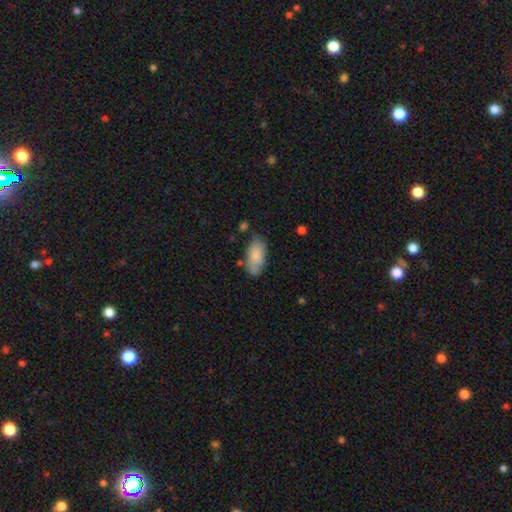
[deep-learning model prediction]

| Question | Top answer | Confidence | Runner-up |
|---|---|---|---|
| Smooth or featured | smooth | 81% | featured or disk (13%) |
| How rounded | in between | 92% | cigar-shaped (6%) |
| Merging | none | 66% | minor disturbance (24%) |